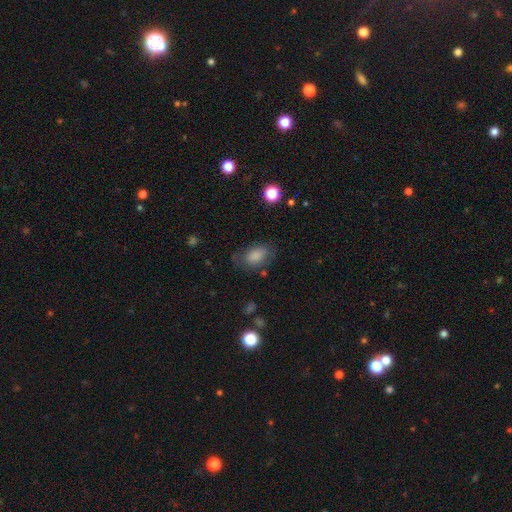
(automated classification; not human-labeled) The model was most divided on "merging": none: 66%, minor disturbance: 22%, major disturbance: 9%, merger: 2%. More confident: how rounded — in between (88%); smooth or featured — smooth (82%).